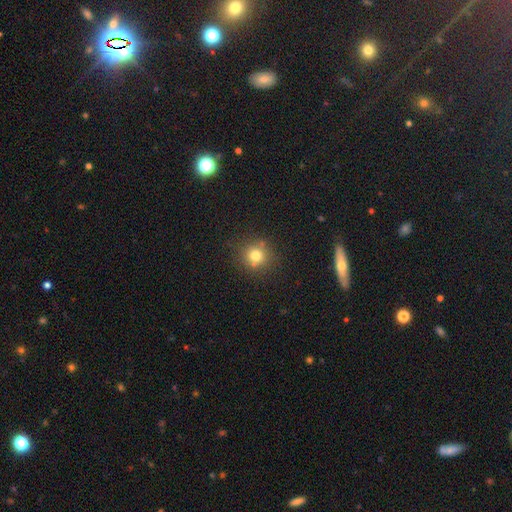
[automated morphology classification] smooth_or_featured: smooth (p=0.76) [alt: star or artifact p=0.16]
how_rounded: round (p=0.91) [alt: in between p=0.08]
merging: none (p=0.83) [alt: minor disturbance p=0.10]